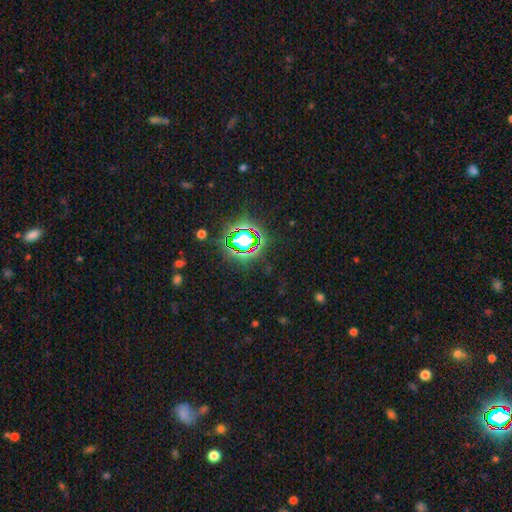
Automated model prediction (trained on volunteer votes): The model was most divided on "smooth or featured": star or artifact: 78%, smooth: 14%, featured or disk: 8%.